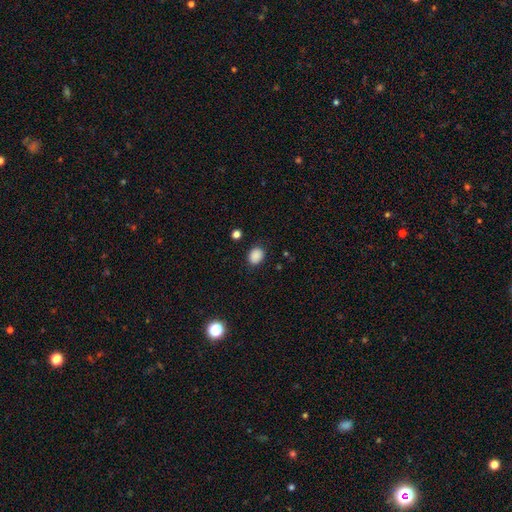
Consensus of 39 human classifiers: smooth_or_featured: smooth (p=0.92) [alt: star or artifact p=0.08]
how_rounded: in between (p=0.64) [alt: round p=0.36]
merging: none (p=0.89) [alt: minor disturbance p=0.11]